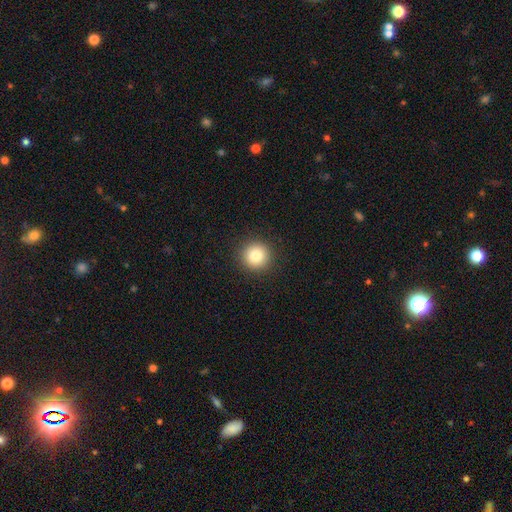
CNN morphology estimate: A smooth galaxy with no disk features (83%) that is round (95%). Merging: none (92%).